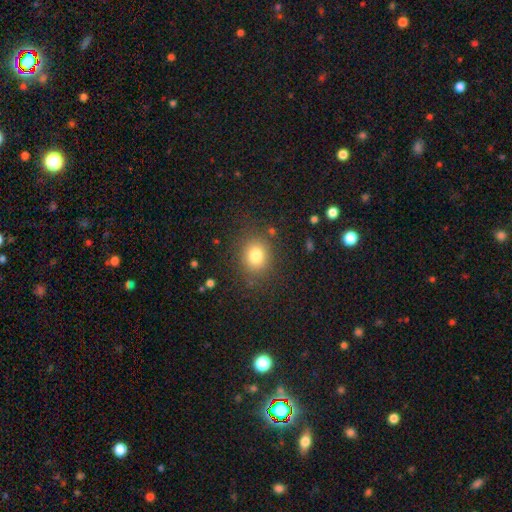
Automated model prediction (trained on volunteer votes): smooth 79%, star or artifact 13%, featured or disk 8%. Down the decision tree: how rounded — round (68%); merging — none (84%).